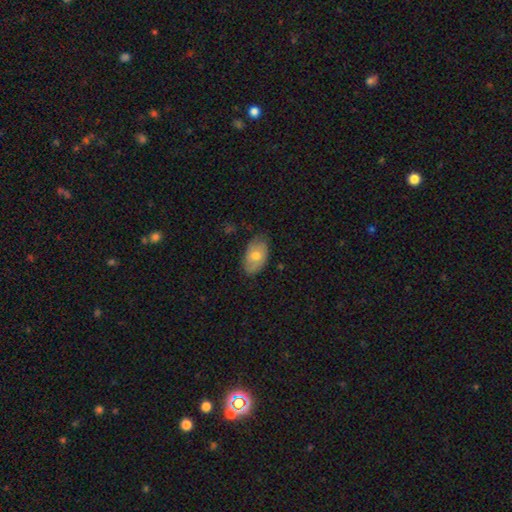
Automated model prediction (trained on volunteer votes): A smooth galaxy with no disk features (69%) that is in between round and cigar-shaped (92%).

Vote fractions:
- Smooth or featured? smooth: 69% / featured or disk: 24% / star or artifact: 7%
- How rounded? in between: 92% / round: 7% / cigar-shaped: 1%
- Merging? none: 75% / minor disturbance: 21% / major disturbance: 3% / merger: 1%